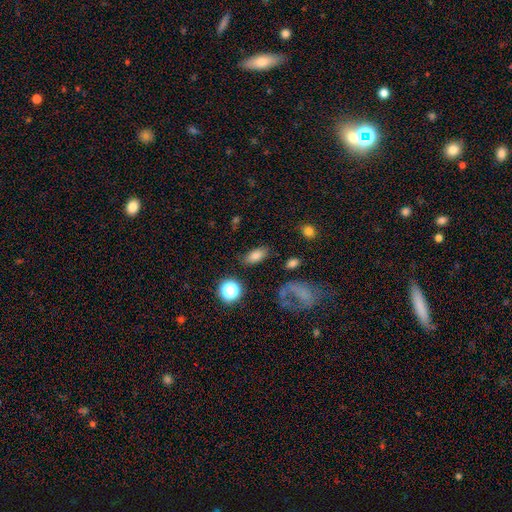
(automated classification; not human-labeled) Smooth or featured: smooth — 79% (star or artifact — 11%)
How rounded: in between — 87% (round — 7%)
Merging: none — 79% (minor disturbance — 12%)